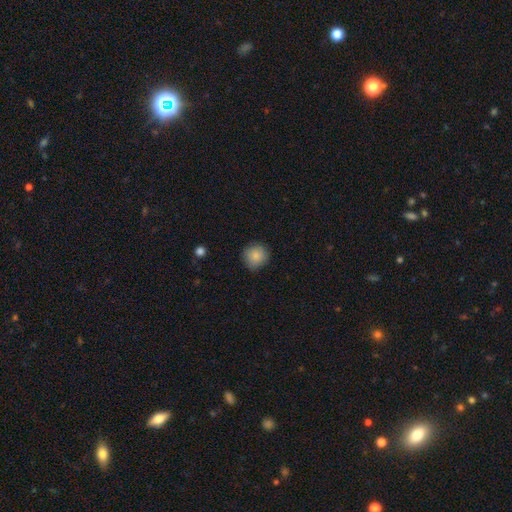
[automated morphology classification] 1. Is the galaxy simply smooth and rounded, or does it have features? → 87% smooth, 8% star or artifact, 5% featured or disk.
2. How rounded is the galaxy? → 92% round, 7% in between, 1% cigar-shaped.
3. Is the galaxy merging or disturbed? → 87% none, 10% minor disturbance, 2% major disturbance, 1% merger.